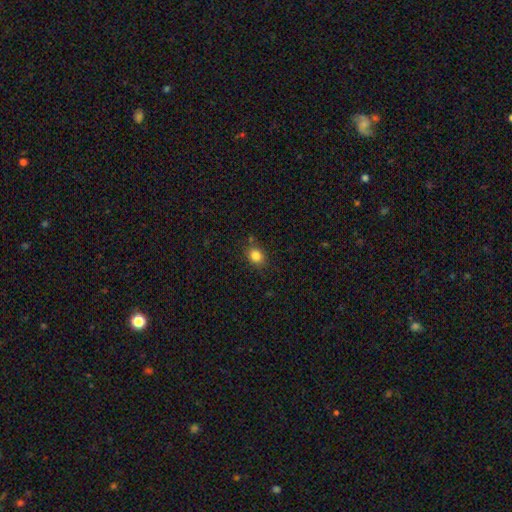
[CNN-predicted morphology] A smooth galaxy with no disk features (84%) that is round (56%).

Vote fractions:
- Smooth or featured? smooth: 84% / star or artifact: 11% / featured or disk: 5%
- How rounded? round: 56% / in between: 43% / cigar-shaped: 1%
- Merging? none: 79% / minor disturbance: 14% / merger: 4% / major disturbance: 4%